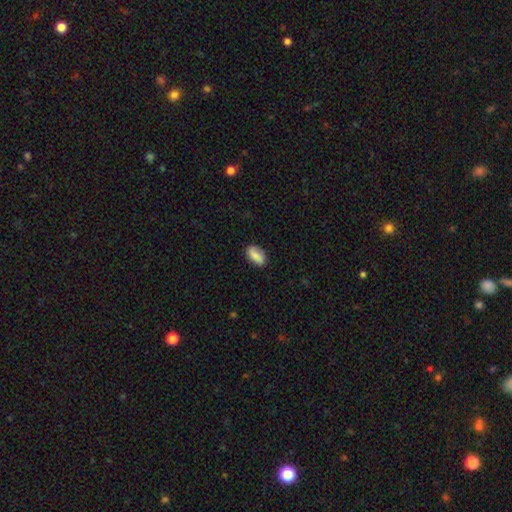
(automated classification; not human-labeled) Morphology: type=smooth (84%); roundness=in between (92%); merging=none (85%).